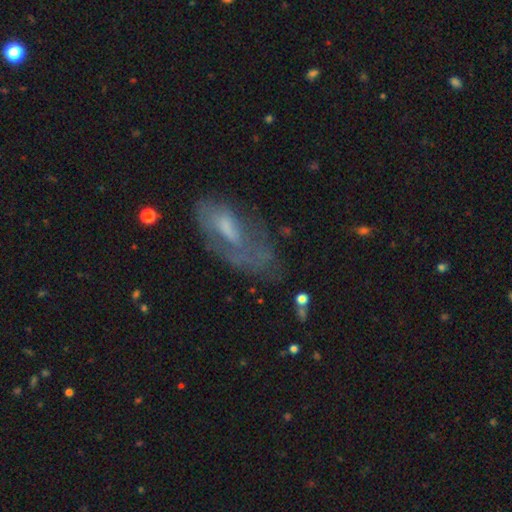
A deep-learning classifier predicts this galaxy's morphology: Smooth or featured?
  - featured or disk: 52% *
  - smooth: 35%
  - star or artifact: 14%
Edge-on disk?
  - no: 86% *
  - yes: 14%
Merging?
  - none: 46% *
  - major disturbance: 27%
  - minor disturbance: 24%
  - merger: 4%